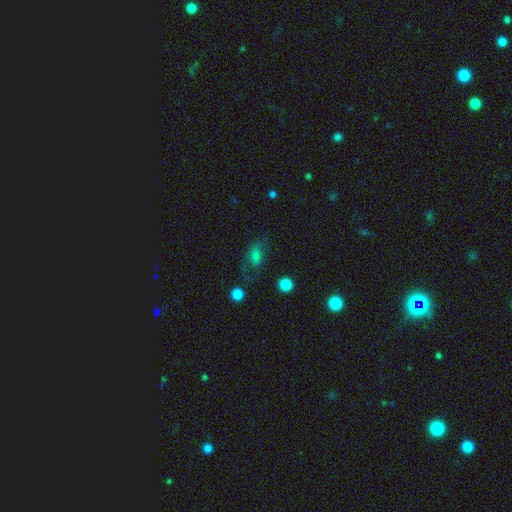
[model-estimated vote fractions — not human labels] Morphology: type=smooth (60%); roundness=in between (77%); merging=none (54%).